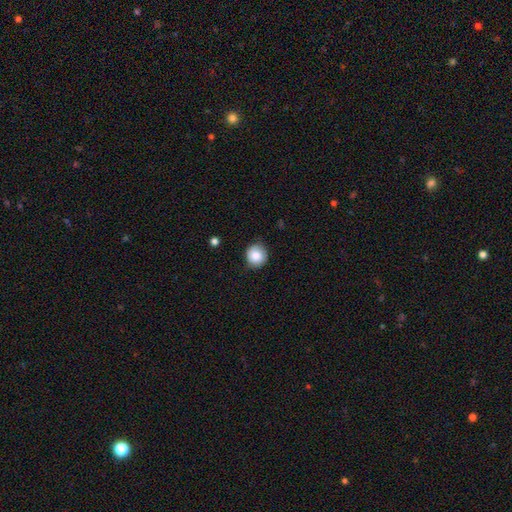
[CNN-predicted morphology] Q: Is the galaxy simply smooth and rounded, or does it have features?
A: smooth — 85%.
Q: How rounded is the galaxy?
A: round — 90%.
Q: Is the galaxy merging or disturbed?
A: none — 81%.